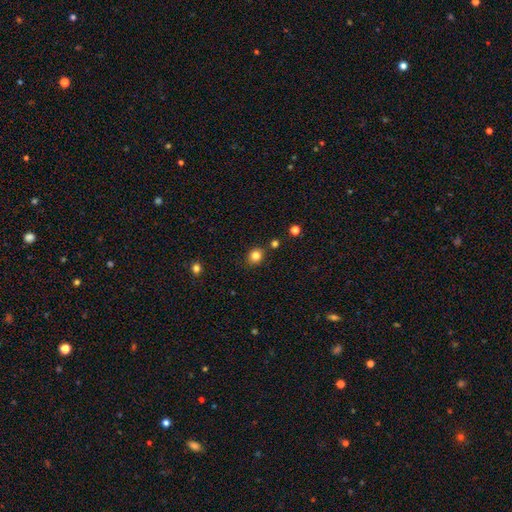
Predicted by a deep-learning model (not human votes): The model was most divided on "how rounded": round: 79%, in between: 21%, cigar-shaped: 1%. More confident: smooth or featured — smooth (82%); merging — none (82%).